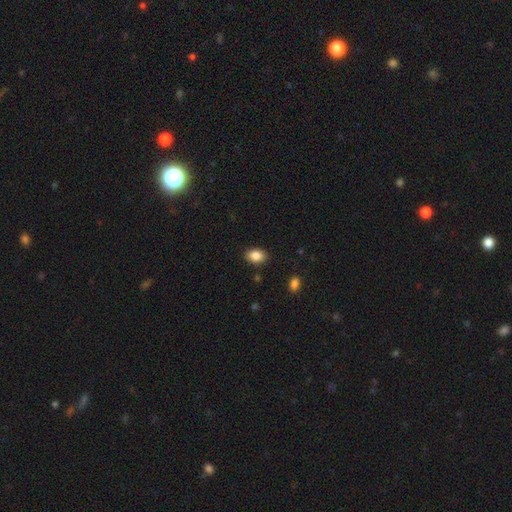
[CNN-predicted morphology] This is clearly a smooth galaxy (86%). How rounded: clearly in between (80%). Merging: clearly none (87%).